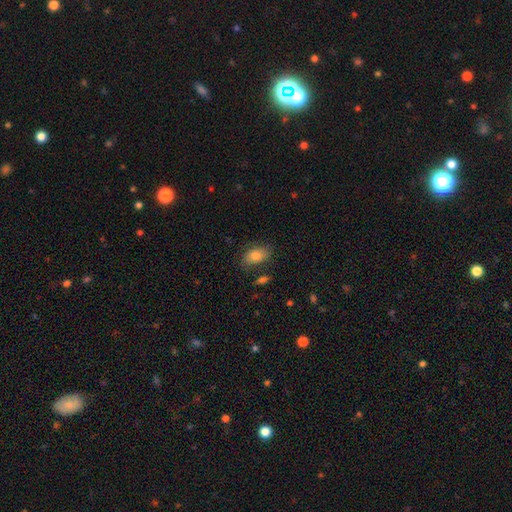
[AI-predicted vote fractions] This appears to be a smooth galaxy with no disk features (80%) that is in between round and cigar-shaped (90%). Merging: none (72%).